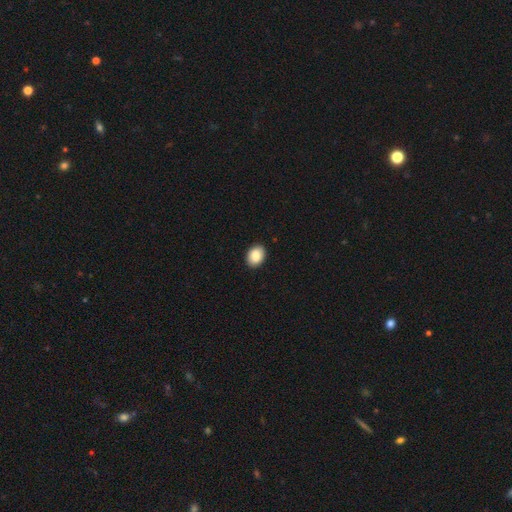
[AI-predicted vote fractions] Smooth or featured?
  - smooth: 86% *
  - star or artifact: 7%
  - featured or disk: 7%
How rounded?
  - in between: 77% *
  - round: 22%
  - cigar-shaped: 1%
Merging?
  - none: 91% *
  - minor disturbance: 7%
  - major disturbance: 2%
  - merger: 1%